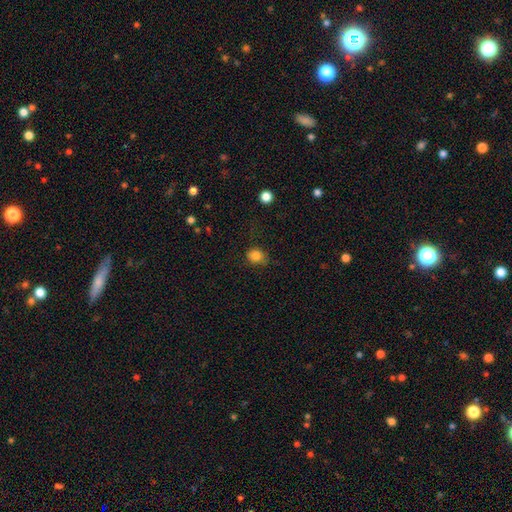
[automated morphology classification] Smooth or featured?
  - smooth: 83% *
  - star or artifact: 11%
  - featured or disk: 6%
How rounded?
  - round: 64% *
  - in between: 35%
  - cigar-shaped: 1%
Merging?
  - none: 70% *
  - minor disturbance: 23%
  - major disturbance: 6%
  - merger: 1%